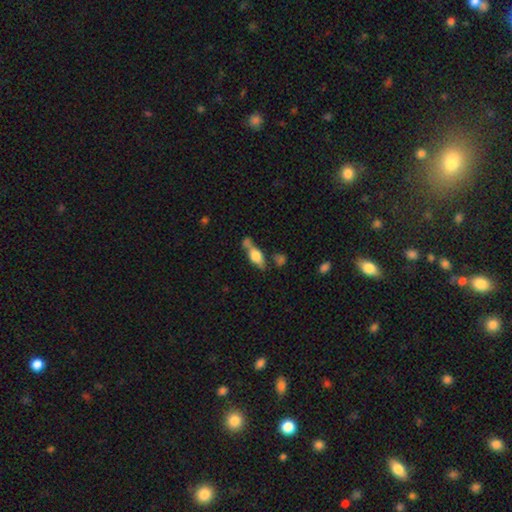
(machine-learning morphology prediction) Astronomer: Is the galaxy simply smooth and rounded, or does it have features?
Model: smooth — 53% (runner-up: featured or disk, 38%).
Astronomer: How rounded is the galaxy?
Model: in between — 61%.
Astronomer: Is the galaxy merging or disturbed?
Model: none — 50% (runner-up: merger, 25%).